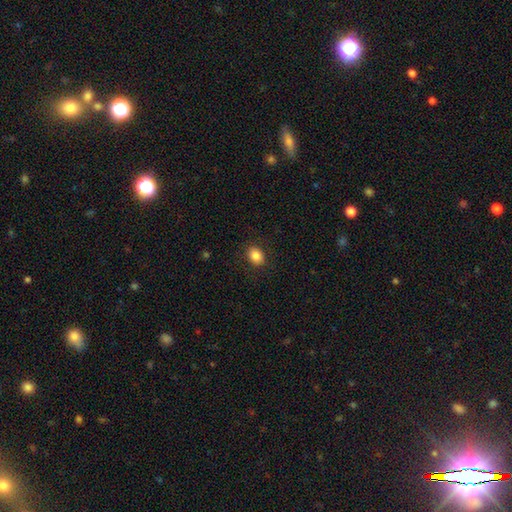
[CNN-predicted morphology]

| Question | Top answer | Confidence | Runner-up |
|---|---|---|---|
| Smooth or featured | smooth | 86% | star or artifact (9%) |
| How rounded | in between | 62% | round (37%) |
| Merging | none | 88% | minor disturbance (8%) |